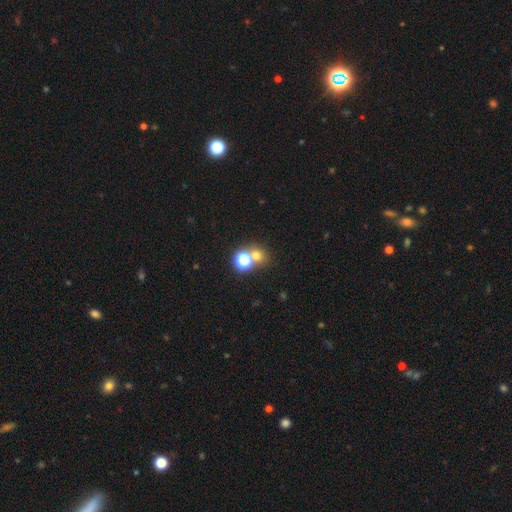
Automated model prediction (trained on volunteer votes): Overall: smooth (62%; star or artifact 30%). How rounded: round (82%). Merging: none (61%; merger 29%).